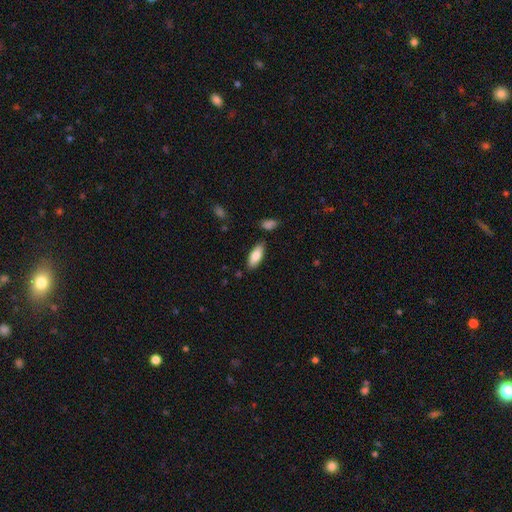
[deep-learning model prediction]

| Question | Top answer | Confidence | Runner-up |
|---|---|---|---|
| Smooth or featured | smooth | 81% | featured or disk (12%) |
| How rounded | in between | 80% | cigar-shaped (18%) |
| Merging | none | 83% | minor disturbance (11%) |